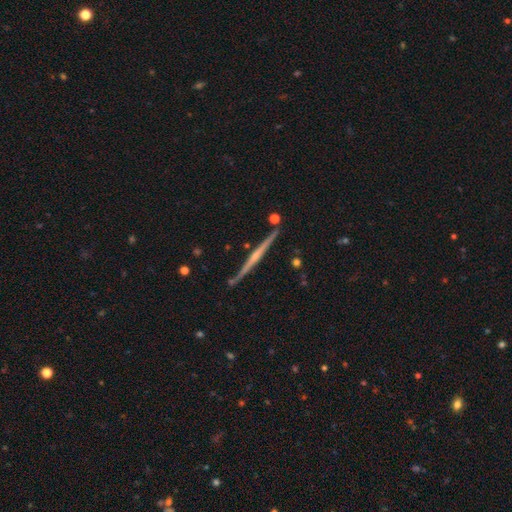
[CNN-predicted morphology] A featured or disk galaxy (78%) viewed edge-on (98%) with a rounded central bulge (48%). Merging: none (88%).